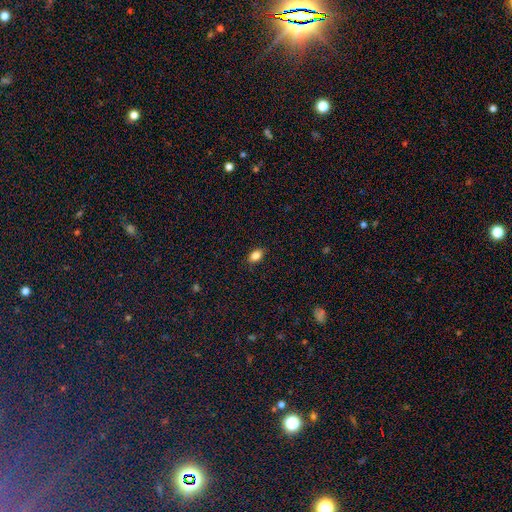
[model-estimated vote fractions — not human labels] Q: Smooth or featured?
A: smooth (84%); runner-up: star or artifact (10%)
Q: How rounded?
A: in between (85%); runner-up: round (12%)
Q: Merging?
A: none (87%); runner-up: minor disturbance (10%)